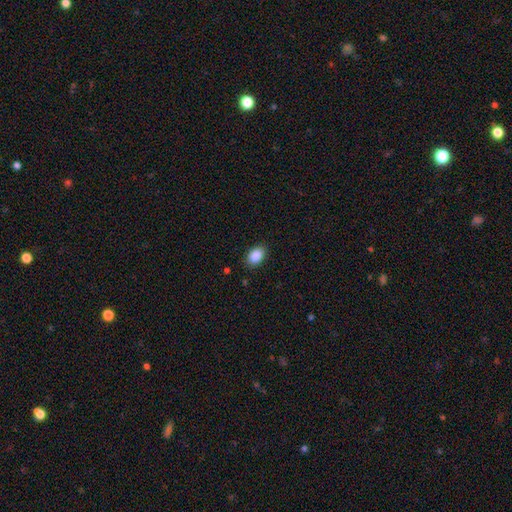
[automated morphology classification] A smooth galaxy with no disk features (89%) that is in between round and cigar-shaped (83%).

Vote fractions:
- Smooth or featured? smooth: 89% / star or artifact: 8% / featured or disk: 3%
- How rounded? in between: 83% / round: 16% / cigar-shaped: 1%
- Merging? none: 87% / minor disturbance: 10% / major disturbance: 2% / merger: 1%